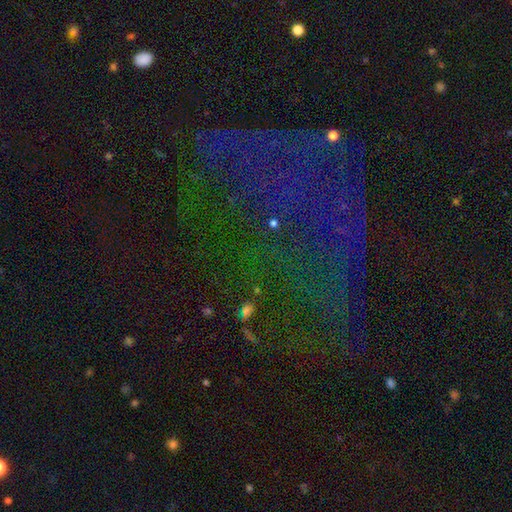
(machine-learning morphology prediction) This appears to be a star or artifact, not a galaxy (68%).